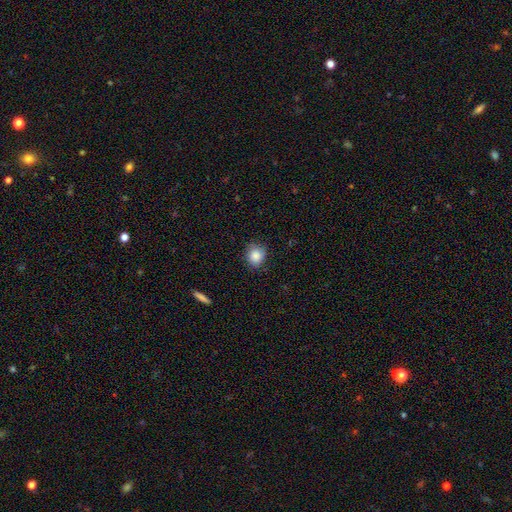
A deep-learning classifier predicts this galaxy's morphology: type=smooth (85%); roundness=round (75%); merging=none (78%).